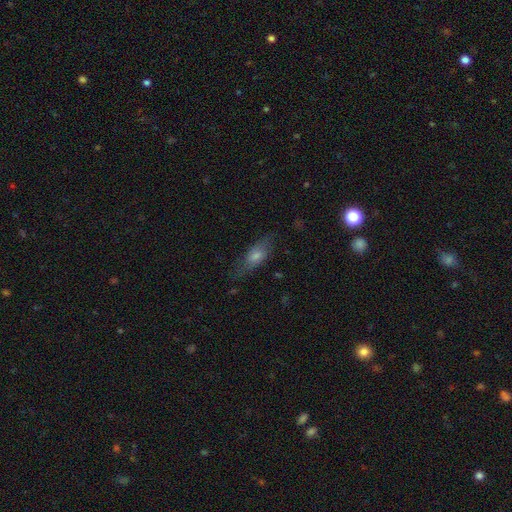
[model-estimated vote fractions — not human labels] This is possibly a smooth galaxy (49%). Merging: likely none (71%).